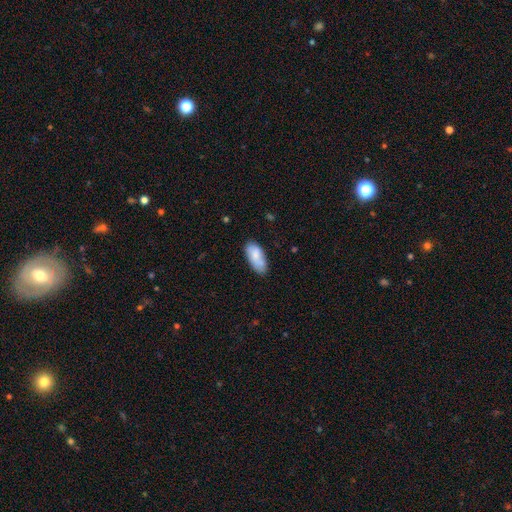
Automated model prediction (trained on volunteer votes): This is likely a smooth galaxy (78%). How rounded: clearly in between (89%). Merging: likely none (67%).